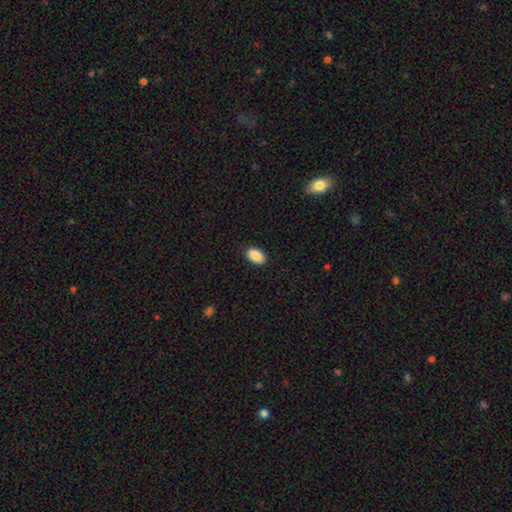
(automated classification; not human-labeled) The model was most divided on "merging": none: 90%, minor disturbance: 7%, major disturbance: 2%, merger: 1%. More confident: how rounded — in between (94%); smooth or featured — smooth (90%).